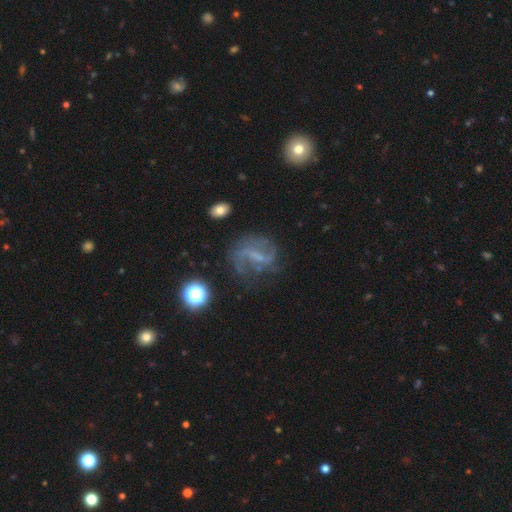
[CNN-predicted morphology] featured or disk 73%, smooth 14%, star or artifact 12%. Down the decision tree: edge-on disk — no (96%); bar — weak (47%); spiral arms — yes (83%); spiral arm count — 2 (63%); spiral winding — loose (55%); bulge size — small (46%); merging — none (59%).